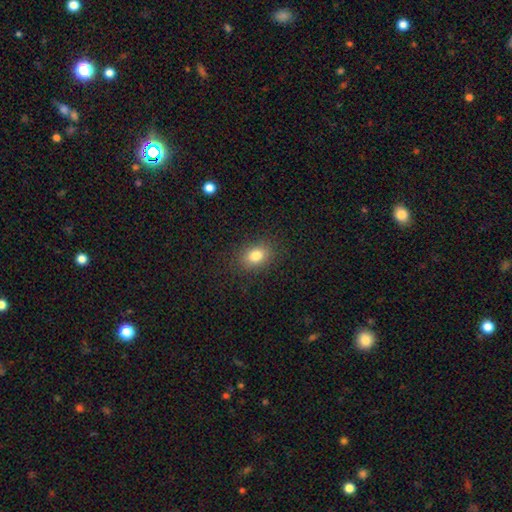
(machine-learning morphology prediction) This appears to be a smooth galaxy with no disk features (81%) that is in between round and cigar-shaped (69%). Merging: none (86%).